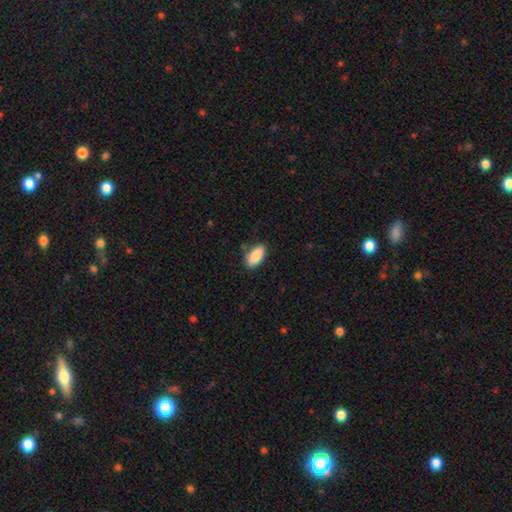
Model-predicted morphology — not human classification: smooth-or-featured: smooth: 89% | star or artifact: 6% | featured or disk: 5%
  how-rounded: in between: 91% | cigar-shaped: 6% | round: 2%
  merging: none: 82% | minor disturbance: 13% | major disturbance: 3% | merger: 2%